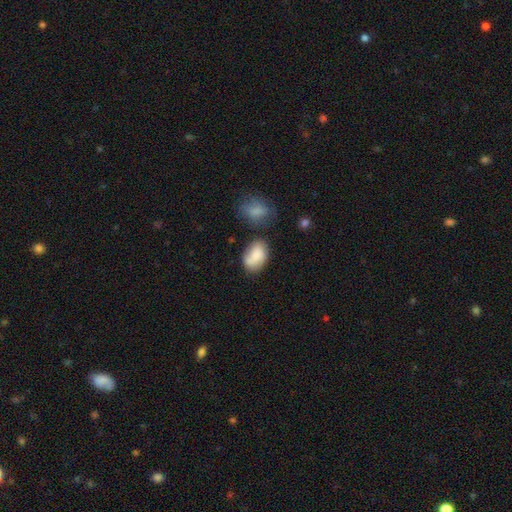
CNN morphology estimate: A smooth galaxy with no disk features (77%) that is in between round and cigar-shaped (86%). Merging: none (57%).